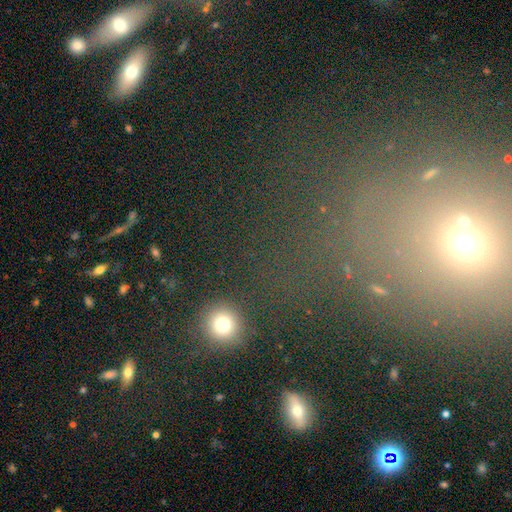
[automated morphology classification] type=smooth (65%); roundness=round (82%); merging=none (86%).